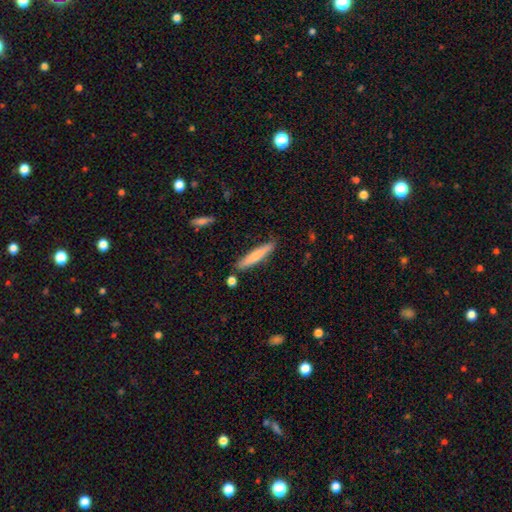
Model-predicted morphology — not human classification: smooth 72%, featured or disk 22%, star or artifact 5%. Down the decision tree: how rounded — cigar-shaped (91%); merging — none (84%).